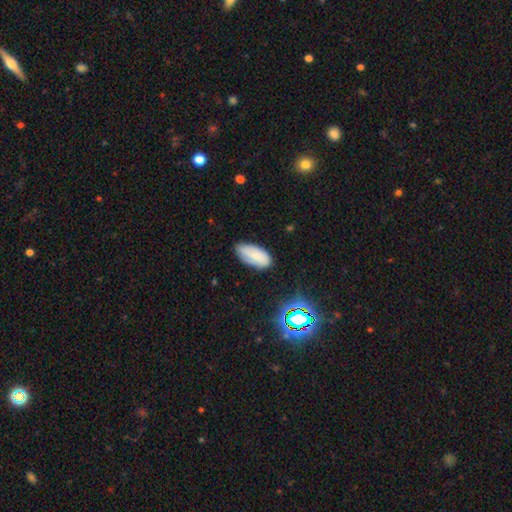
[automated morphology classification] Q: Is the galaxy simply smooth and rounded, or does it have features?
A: smooth — 71%.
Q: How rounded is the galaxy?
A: in between — 92%.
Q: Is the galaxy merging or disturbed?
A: none — 71%.